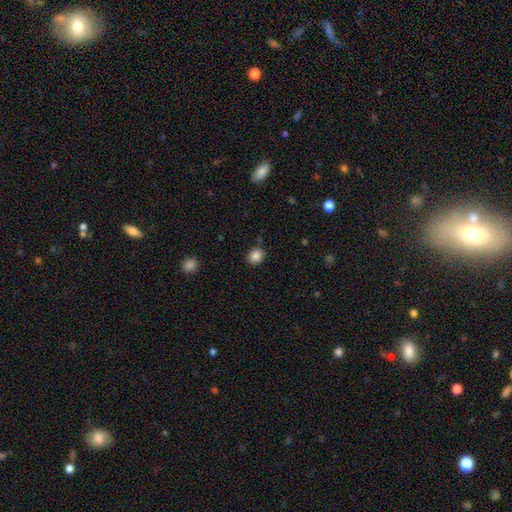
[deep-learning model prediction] Smooth or featured: smooth — 86% (star or artifact — 10%)
How rounded: round — 70% (in between — 29%)
Merging: none — 83% (minor disturbance — 11%)